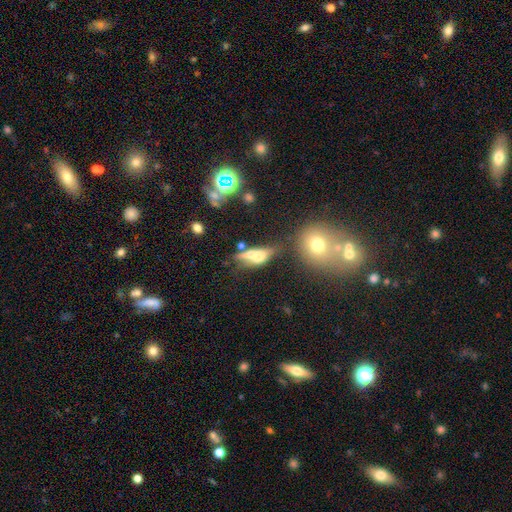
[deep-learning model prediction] This appears to be a smooth galaxy with no disk features (44%). Merging: merger (42%).